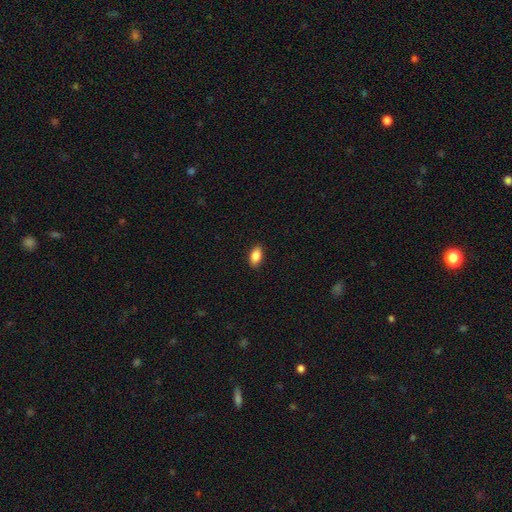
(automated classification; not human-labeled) smooth-or-featured: smooth: 86% | star or artifact: 8% | featured or disk: 6%
  how-rounded: in between: 91% | round: 5% | cigar-shaped: 4%
  merging: none: 90% | minor disturbance: 7% | major disturbance: 2% | merger: 1%